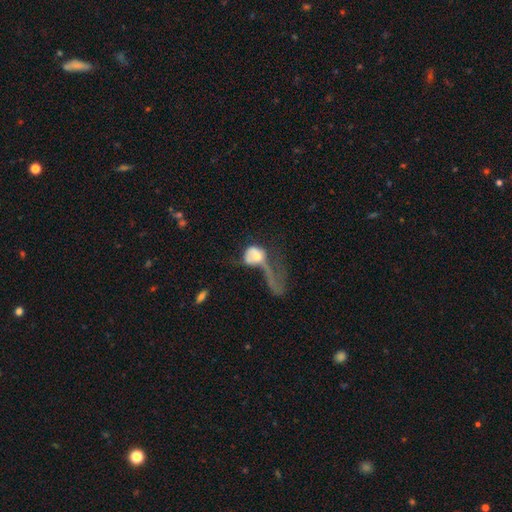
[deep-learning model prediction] Overall: smooth (56%; featured or disk 37%). How rounded: round (51%; in between 46%). Merging: major disturbance (64%).